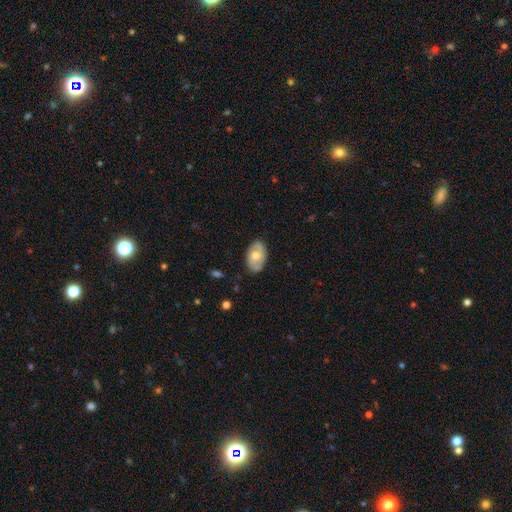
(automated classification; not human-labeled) This appears to be a smooth galaxy with no disk features (54%) that is in between round and cigar-shaped (92%). Merging: none (80%).